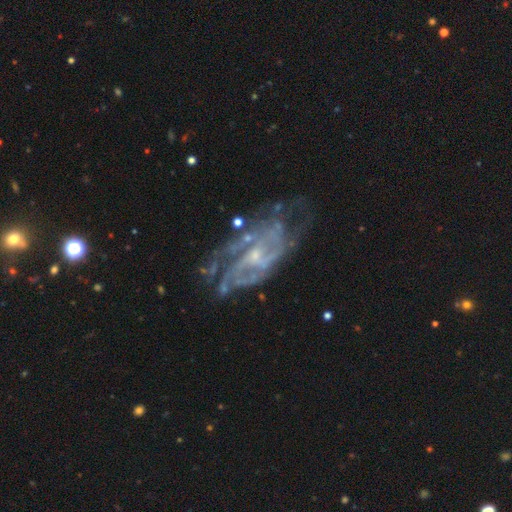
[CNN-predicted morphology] A featured or disk galaxy (85%) with no bar (51%), tight (48%) spiral arms (87%) and a small central bulge (67%). Merging: none (57%).